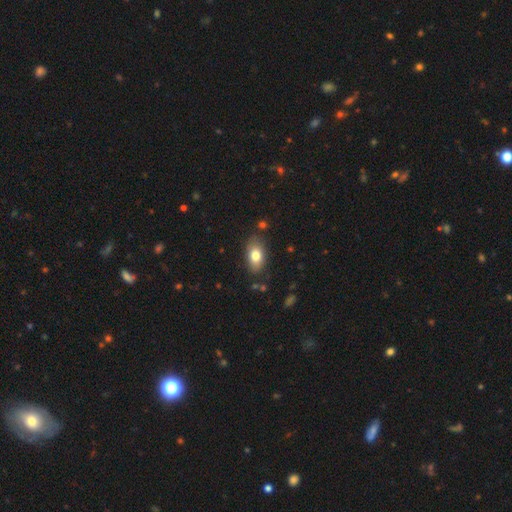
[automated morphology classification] Overall: smooth (78%). How rounded: in between (89%). Merging: none (81%).